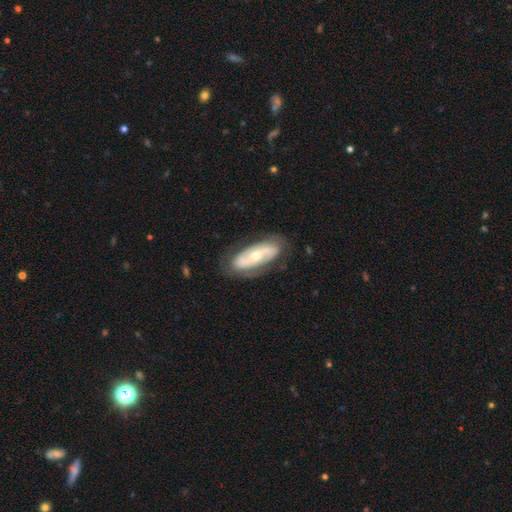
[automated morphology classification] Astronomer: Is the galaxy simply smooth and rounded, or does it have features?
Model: featured or disk — 71%.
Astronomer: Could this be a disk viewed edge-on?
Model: no — 88%.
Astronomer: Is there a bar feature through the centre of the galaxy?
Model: no — 48% (runner-up: strong, 28%).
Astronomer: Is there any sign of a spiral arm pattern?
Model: yes — 71%.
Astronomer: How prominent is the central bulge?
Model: small — 48% (runner-up: moderate, 47%).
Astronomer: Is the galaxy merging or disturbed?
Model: none — 76%.